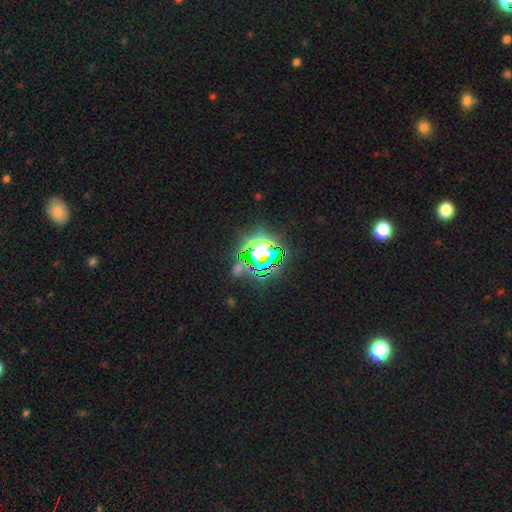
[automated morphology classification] Smooth or featured? Predicted: star or artifact (p=0.80).